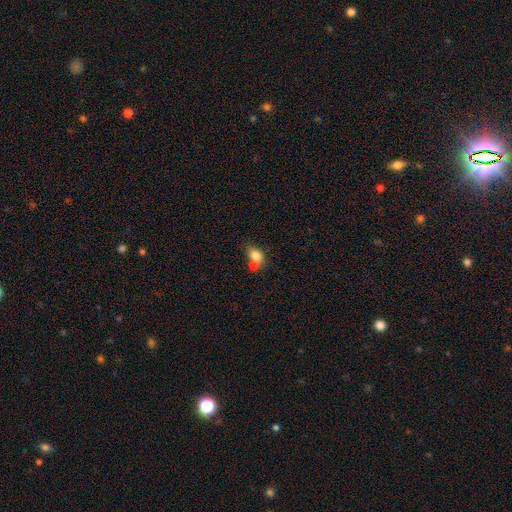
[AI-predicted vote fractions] A smooth galaxy with no disk features (79%) that is in between round and cigar-shaped (73%).

Vote fractions:
- Smooth or featured? smooth: 79% / featured or disk: 12% / star or artifact: 9%
- How rounded? in between: 73% / round: 26% / cigar-shaped: 2%
- Merging? merger: 49% / none: 35% / minor disturbance: 11% / major disturbance: 5%